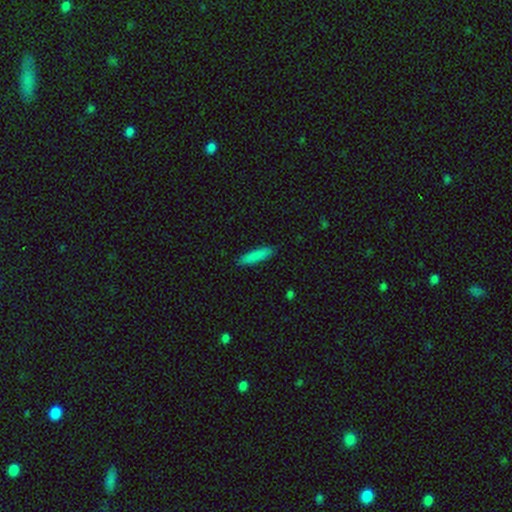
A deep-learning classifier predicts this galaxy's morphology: A smooth galaxy with no disk features (85%) that is cigar-shaped (82%).

Vote fractions:
- Smooth or featured? smooth: 85% / featured or disk: 8% / star or artifact: 7%
- How rounded? cigar-shaped: 82% / in between: 16% / round: 1%
- Merging? none: 88% / minor disturbance: 9% / major disturbance: 2% / merger: 1%